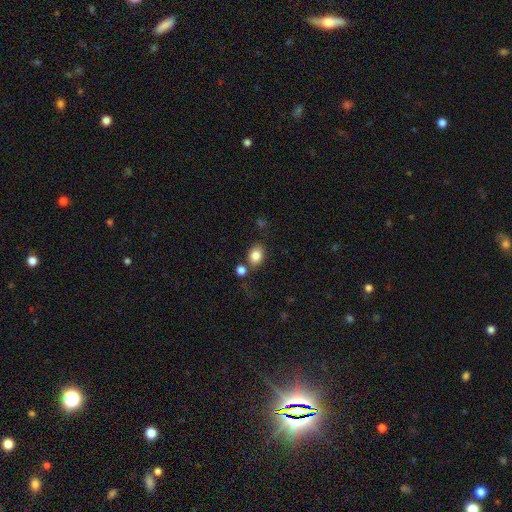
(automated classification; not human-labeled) Overall: smooth (84%). How rounded: in between (64%; round 34%). Merging: none (71%).